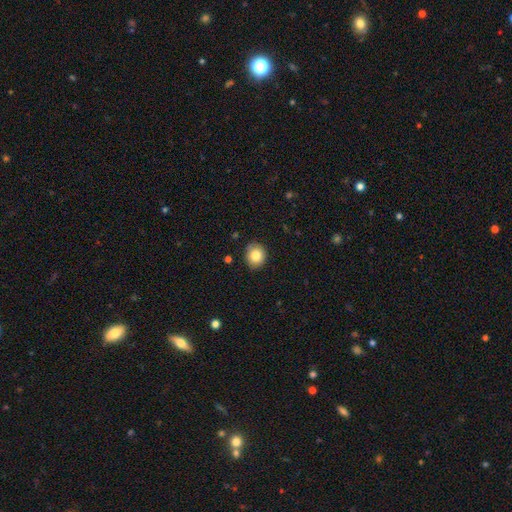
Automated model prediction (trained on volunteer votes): Smooth or featured? Predicted: smooth (p=0.82). How rounded? Predicted: round (p=0.77). Merging? Predicted: none (p=0.86).